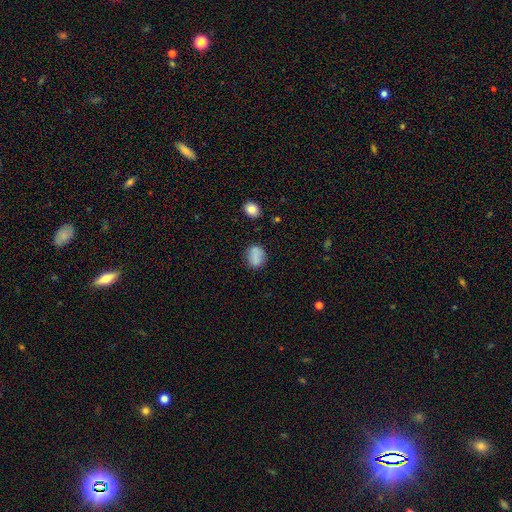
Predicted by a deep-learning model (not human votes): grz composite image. It shows a smooth galaxy with no disk features (82%) that is in between round and cigar-shaped (57%). Merging: none (74%).